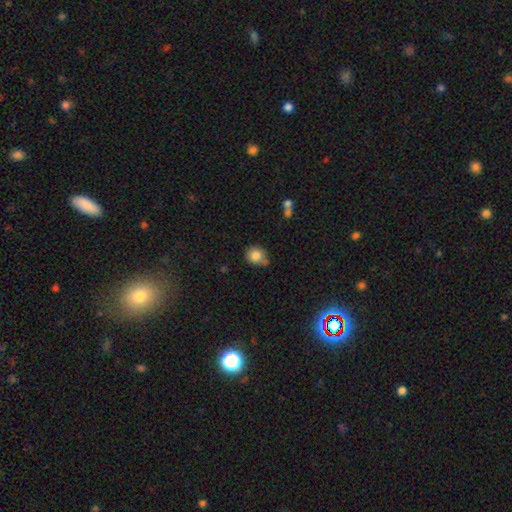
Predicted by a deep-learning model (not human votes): Overall: smooth (83%). How rounded: round (78%). Merging: none (54%; minor disturbance 30%).